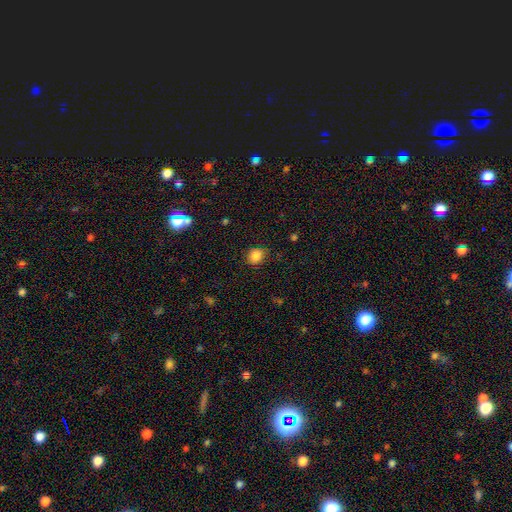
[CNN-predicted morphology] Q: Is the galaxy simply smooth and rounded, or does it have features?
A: smooth — 85%.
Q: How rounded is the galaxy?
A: round — 69%.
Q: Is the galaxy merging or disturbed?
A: none — 82%.